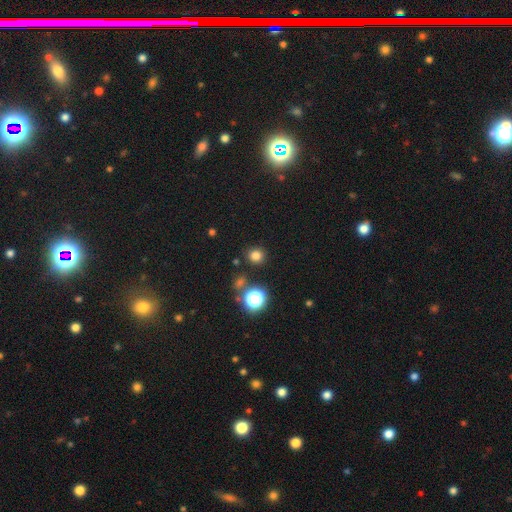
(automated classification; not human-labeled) Overall: smooth (77%). How rounded: round (90%). Merging: none (87%).